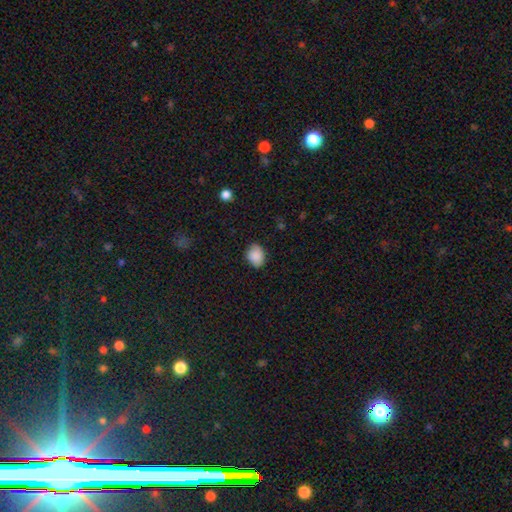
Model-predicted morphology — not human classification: Smooth or featured?
  - smooth: 88% *
  - star or artifact: 8%
  - featured or disk: 4%
How rounded?
  - in between: 60% *
  - round: 39%
  - cigar-shaped: 1%
Merging?
  - none: 80% *
  - minor disturbance: 16%
  - major disturbance: 3%
  - merger: 1%